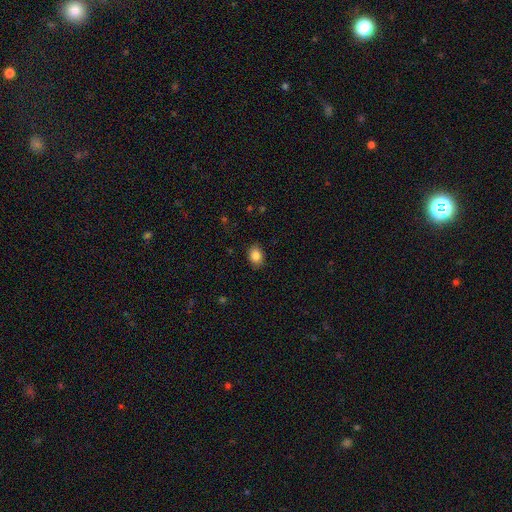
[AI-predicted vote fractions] Smooth or featured? Predicted: smooth (p=0.85). How rounded? Predicted: in between (p=0.69). Merging? Predicted: none (p=0.85).